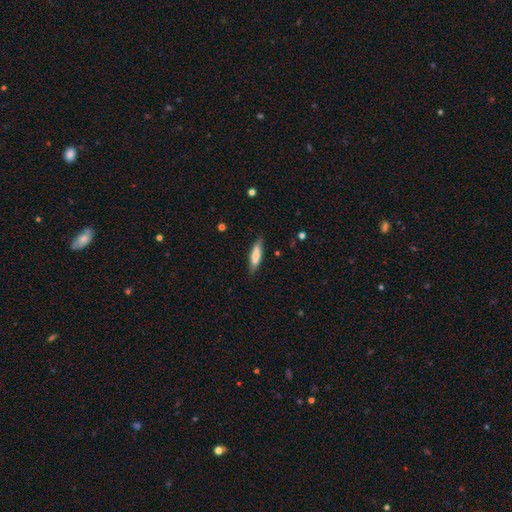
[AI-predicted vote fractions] A smooth galaxy with no disk features (75%) that is cigar-shaped (69%). Merging: none (81%).